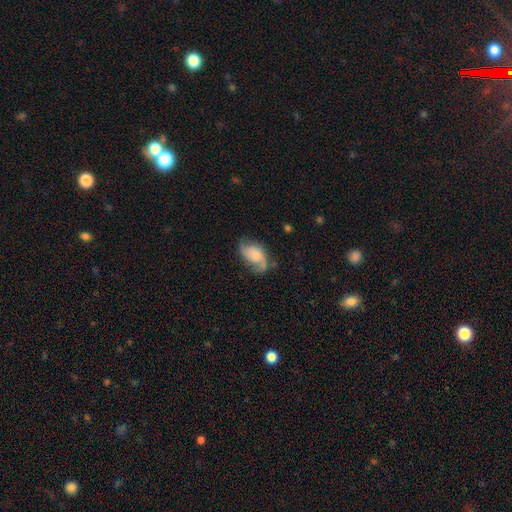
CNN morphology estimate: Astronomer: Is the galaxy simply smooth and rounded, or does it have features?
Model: featured or disk — 57% (runner-up: smooth, 36%).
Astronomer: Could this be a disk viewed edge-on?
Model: no — 95%.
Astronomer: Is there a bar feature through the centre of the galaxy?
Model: no — 71%.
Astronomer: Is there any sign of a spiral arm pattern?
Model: yes — 86%.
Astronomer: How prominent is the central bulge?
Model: moderate — 44% (runner-up: small, 38%).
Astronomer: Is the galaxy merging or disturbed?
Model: none — 53% (runner-up: minor disturbance, 29%).